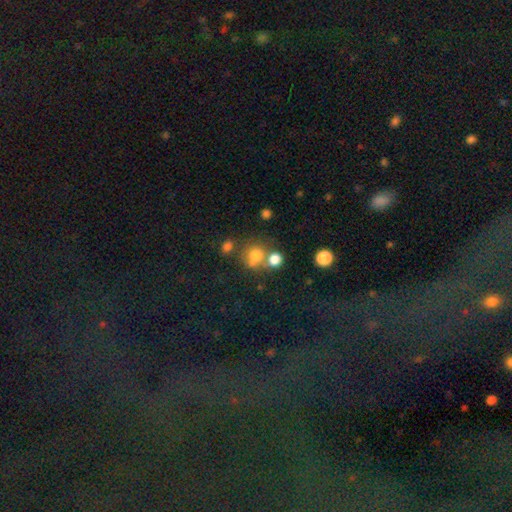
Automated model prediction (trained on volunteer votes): Morphology: type=smooth (73%); roundness=round (81%); merging=none (50%).